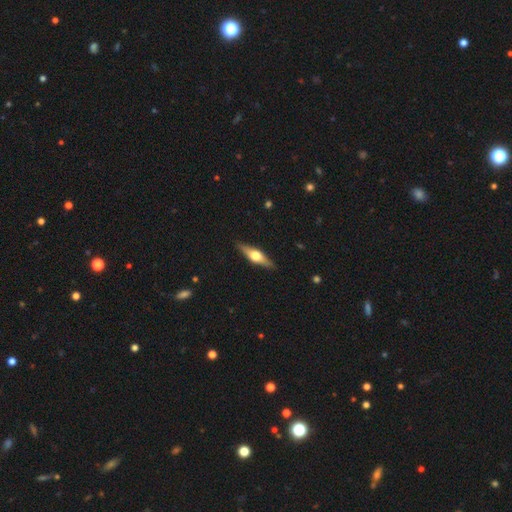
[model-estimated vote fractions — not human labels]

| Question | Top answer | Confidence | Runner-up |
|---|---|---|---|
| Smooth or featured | featured or disk | 66% | smooth (28%) |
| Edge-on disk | yes | 96% | no (4%) |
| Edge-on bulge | rounded | 95% | boxy (3%) |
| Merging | none | 90% | minor disturbance (7%) |